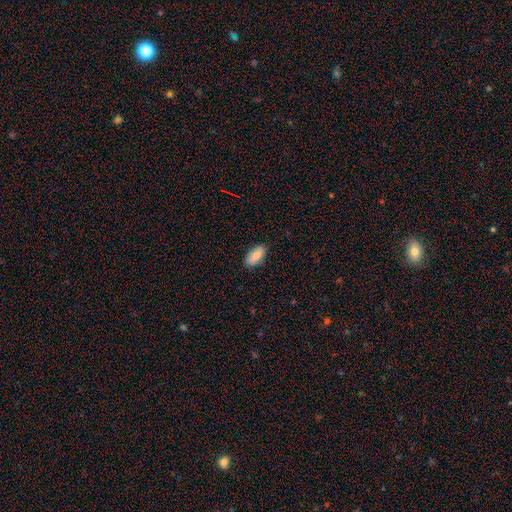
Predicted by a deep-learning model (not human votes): A smooth galaxy with no disk features (85%) that is in between round and cigar-shaped (91%). Merging: none (85%).